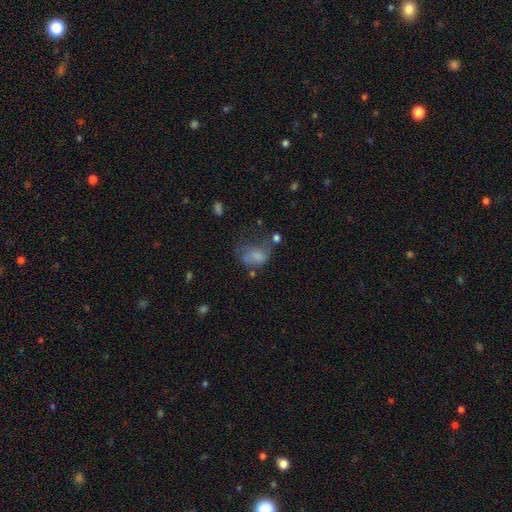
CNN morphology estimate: Smooth or featured: smooth — 67% (featured or disk — 20%)
How rounded: in between — 73% (round — 26%)
Merging: major disturbance — 37% (none — 26%)